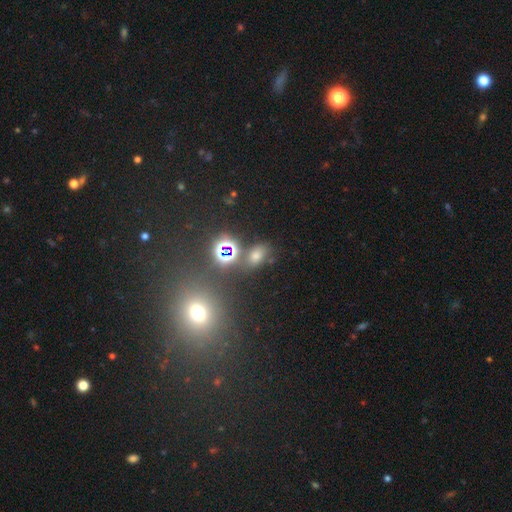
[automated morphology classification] smooth_or_featured: smooth (p=0.51) [alt: star or artifact p=0.39]
how_rounded: in between (p=0.74) [alt: round p=0.23]
merging: none (p=0.73) [alt: minor disturbance p=0.12]